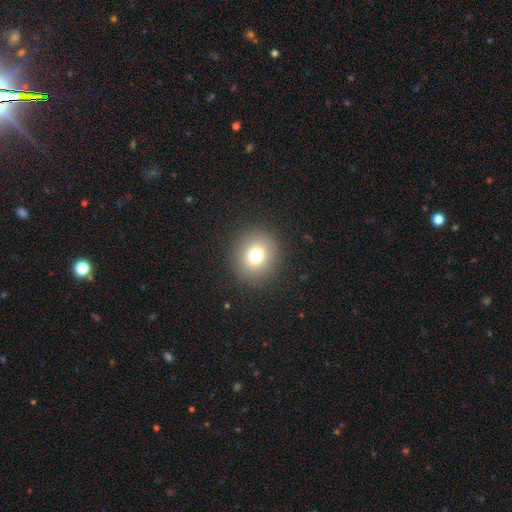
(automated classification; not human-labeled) Smooth or featured? smooth (76%)
How rounded? round (86%)
Merging? none (90%)